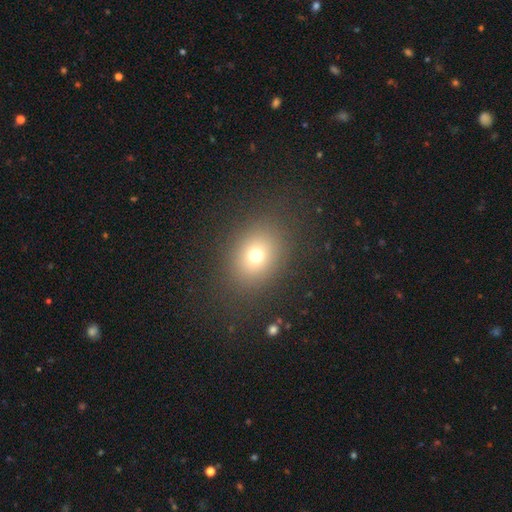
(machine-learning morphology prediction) Smooth or featured? smooth (70%)
How rounded? round (54%)
Merging? none (84%)